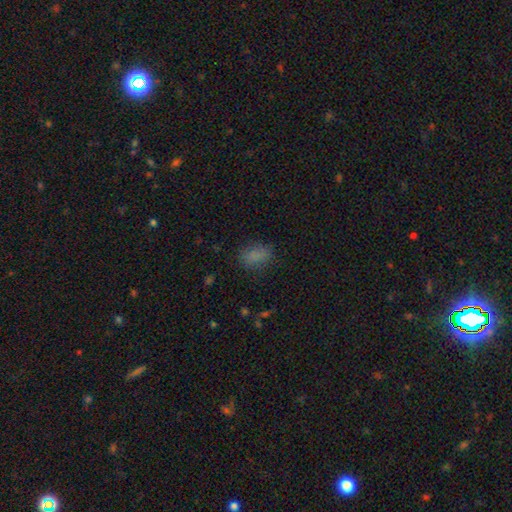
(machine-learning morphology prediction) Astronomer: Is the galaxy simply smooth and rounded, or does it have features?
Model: smooth — 81%.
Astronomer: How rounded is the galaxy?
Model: in between — 84%.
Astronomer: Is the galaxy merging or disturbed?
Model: none — 77%.